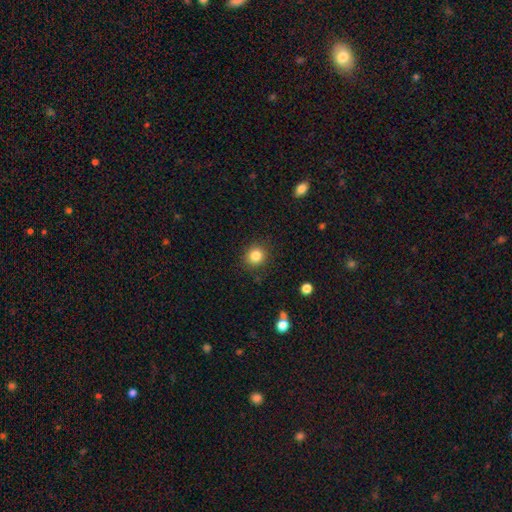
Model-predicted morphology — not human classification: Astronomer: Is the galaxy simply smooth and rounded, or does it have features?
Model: smooth — 84%.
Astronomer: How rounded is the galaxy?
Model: round — 86%.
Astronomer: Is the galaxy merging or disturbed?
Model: none — 89%.